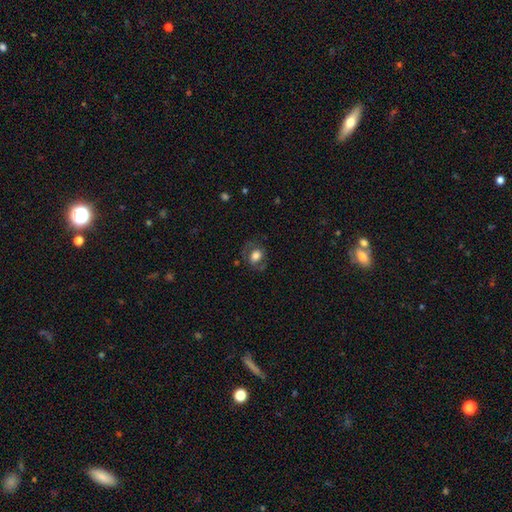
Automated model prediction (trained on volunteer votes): Smooth or featured?
  - smooth: 63% *
  - featured or disk: 28%
  - star or artifact: 9%
How rounded?
  - in between: 56% *
  - round: 42%
  - cigar-shaped: 1%
Merging?
  - none: 70% *
  - minor disturbance: 17%
  - major disturbance: 11%
  - merger: 1%